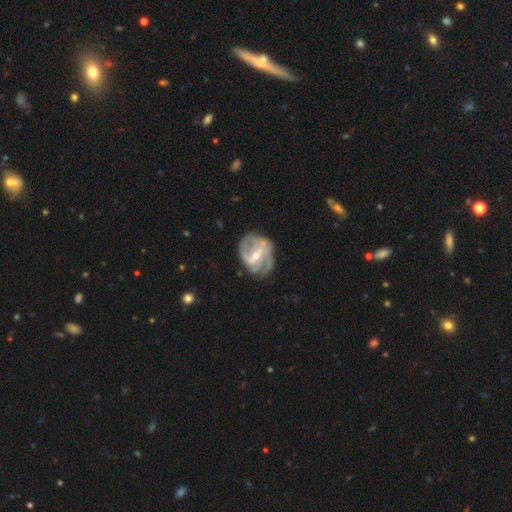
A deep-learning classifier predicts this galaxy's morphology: Smooth or featured? featured or disk (87%)
Edge-on disk? no (97%)
Bar? strong (46%)
Spiral arms? yes (92%)
Spiral winding? medium (45%)
Spiral arm count? 2 (62%)
Bulge size? small (52%)
Merging? none (65%)